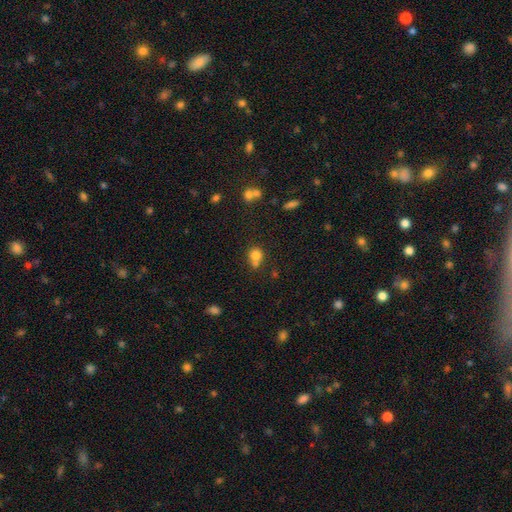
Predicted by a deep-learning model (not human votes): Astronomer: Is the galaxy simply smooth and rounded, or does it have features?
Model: smooth — 78%.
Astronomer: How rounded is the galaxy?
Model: round — 73%.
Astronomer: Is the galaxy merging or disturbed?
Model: none — 43% (runner-up: merger, 36%).